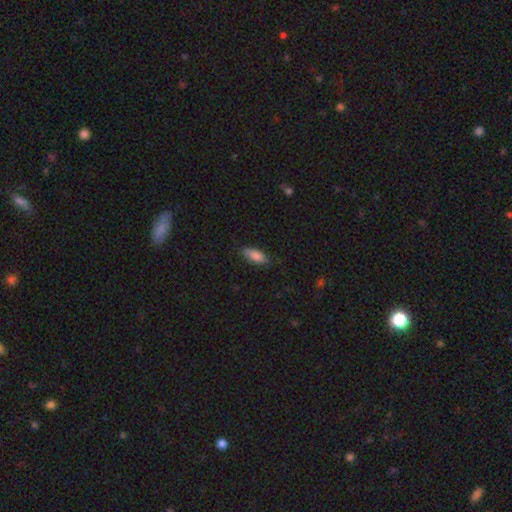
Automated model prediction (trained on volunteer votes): This is clearly a smooth galaxy (85%). How rounded: likely in between (77%). Merging: likely none (79%).